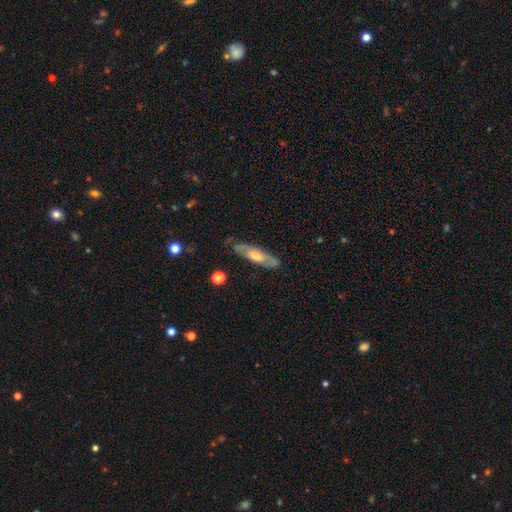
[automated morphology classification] This appears to be a featured or disk galaxy (64%). Merging: none (78%).